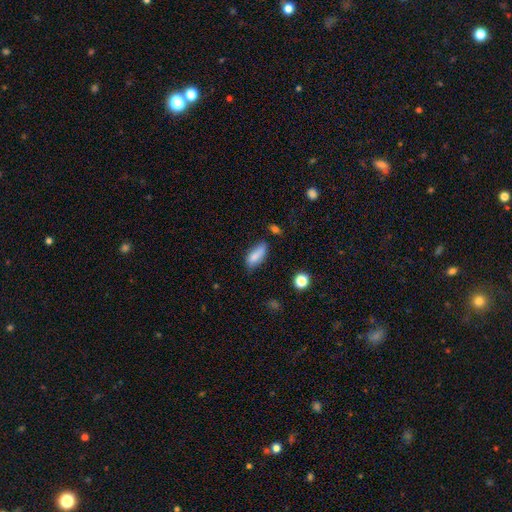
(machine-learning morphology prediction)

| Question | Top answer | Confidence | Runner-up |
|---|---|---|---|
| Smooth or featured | smooth | 82% | featured or disk (10%) |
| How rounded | in between | 83% | cigar-shaped (14%) |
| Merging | none | 58% | minor disturbance (31%) |